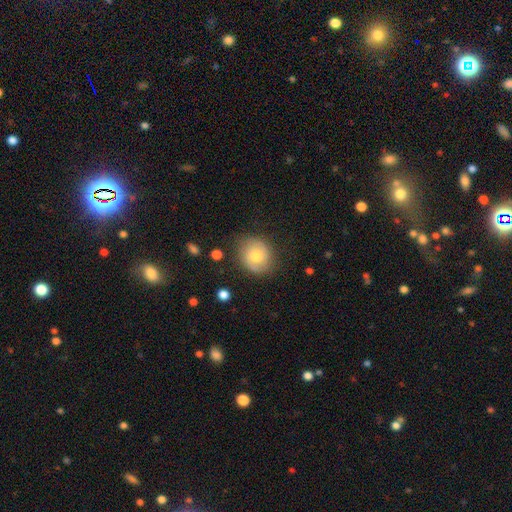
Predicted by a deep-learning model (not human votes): This is possibly a smooth galaxy (60%). How rounded: likely round (77%). Merging: likely none (78%).